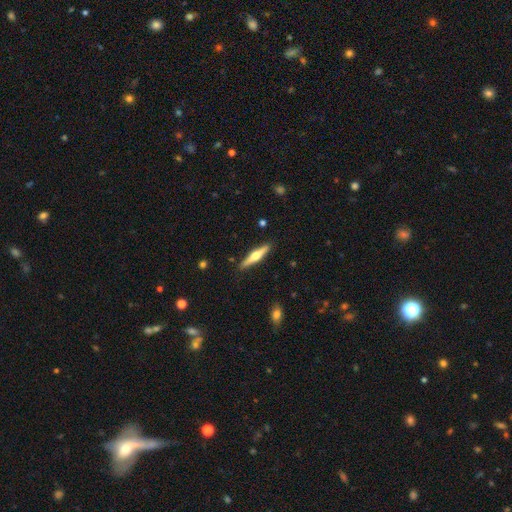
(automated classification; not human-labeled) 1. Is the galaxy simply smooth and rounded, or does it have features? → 63% featured or disk, 32% smooth, 5% star or artifact.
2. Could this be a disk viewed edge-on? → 97% yes, 3% no.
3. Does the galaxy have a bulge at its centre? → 94% rounded, 3% boxy, 3% none.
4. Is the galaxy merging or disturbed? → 90% none, 7% minor disturbance, 2% major disturbance, 1% merger.